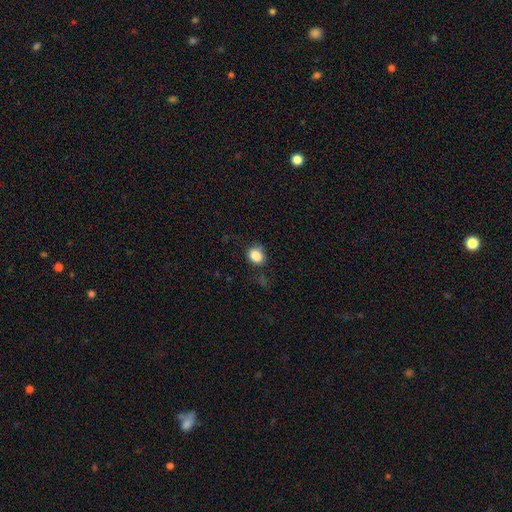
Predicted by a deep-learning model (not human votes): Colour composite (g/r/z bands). It shows a smooth galaxy with no disk features (84%) that is round (61%). Merging: none (69%).